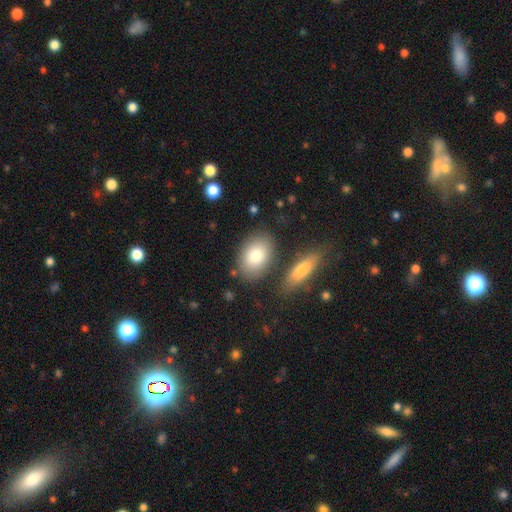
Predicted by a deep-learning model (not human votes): Smooth or featured? Predicted: smooth (p=0.79). How rounded? Predicted: in between (p=0.83). Merging? Predicted: none (p=0.75).